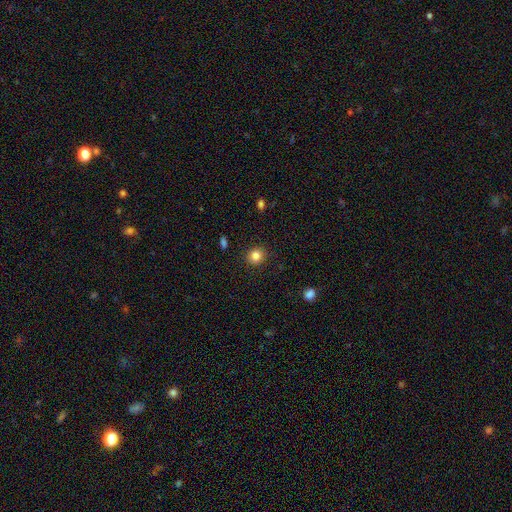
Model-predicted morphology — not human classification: Q: Smooth or featured?
A: smooth (84%); runner-up: star or artifact (11%)
Q: How rounded?
A: round (85%); runner-up: in between (14%)
Q: Merging?
A: none (90%); runner-up: minor disturbance (7%)